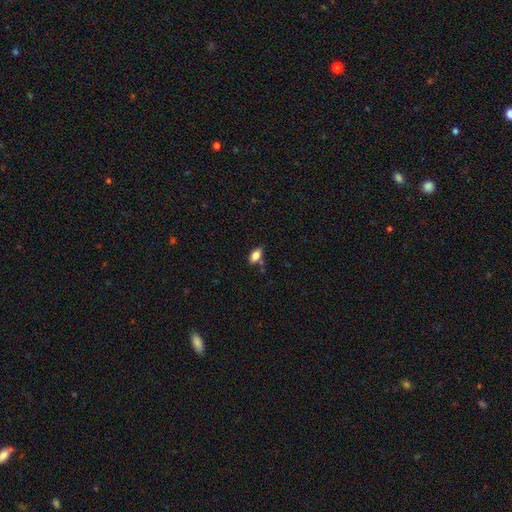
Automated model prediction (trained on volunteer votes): Smooth or featured? Predicted: smooth (p=0.80). How rounded? Predicted: in between (p=0.89). Merging? Predicted: none (p=0.74).